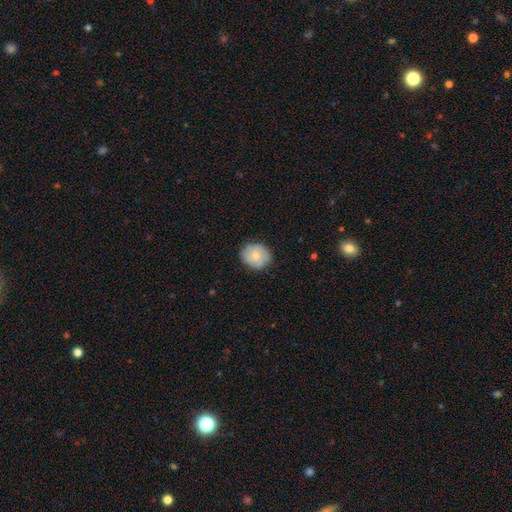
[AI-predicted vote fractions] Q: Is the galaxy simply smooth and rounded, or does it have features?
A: smooth — 69%.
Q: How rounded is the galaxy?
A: round — 77%.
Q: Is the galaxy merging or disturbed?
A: none — 81%.